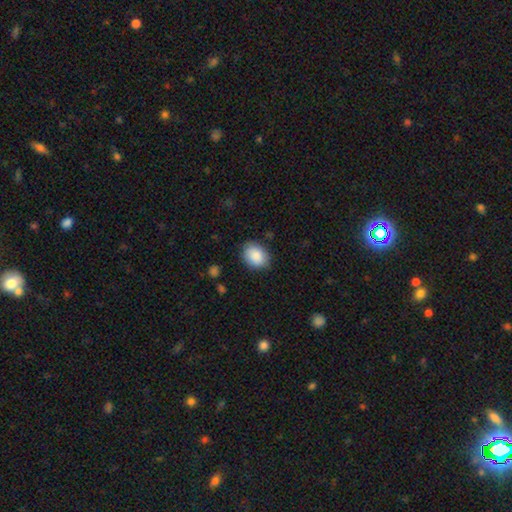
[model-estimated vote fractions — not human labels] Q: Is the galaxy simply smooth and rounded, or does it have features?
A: smooth — 88%.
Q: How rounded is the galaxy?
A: in between — 54%.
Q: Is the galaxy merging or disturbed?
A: none — 83%.